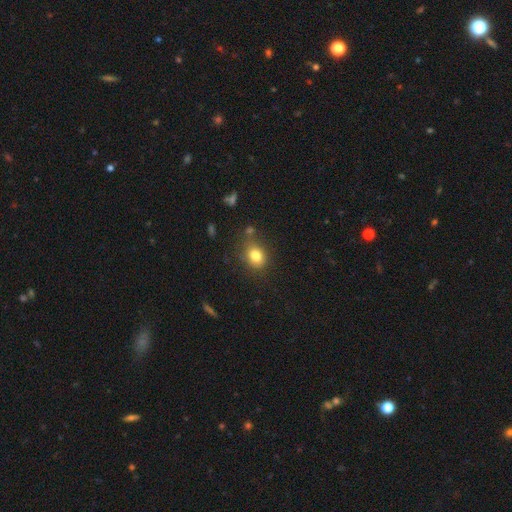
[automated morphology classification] smooth_or_featured: smooth (p=0.81) [alt: star or artifact p=0.11]
how_rounded: in between (p=0.53) [alt: round p=0.46]
merging: none (p=0.74) [alt: minor disturbance p=0.16]